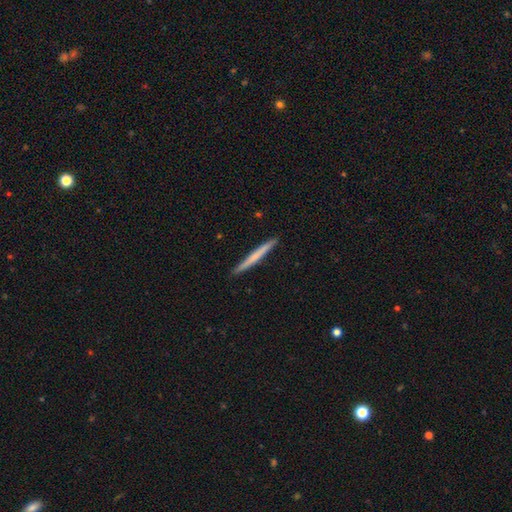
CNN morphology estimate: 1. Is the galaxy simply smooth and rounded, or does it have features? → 57% smooth, 38% featured or disk, 5% star or artifact.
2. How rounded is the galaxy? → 97% cigar-shaped, 2% in between, 1% round.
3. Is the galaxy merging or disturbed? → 92% none, 6% minor disturbance, 1% major disturbance, 1% merger.